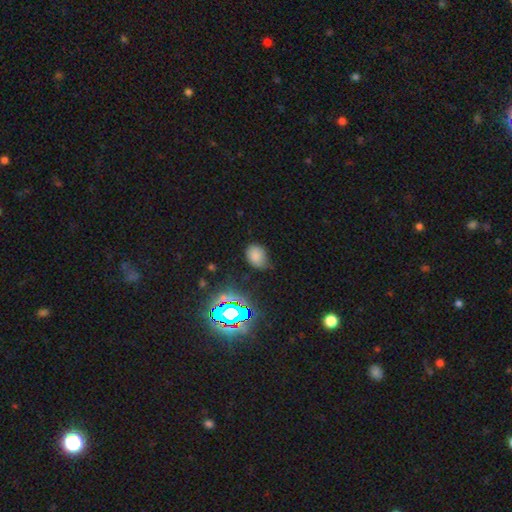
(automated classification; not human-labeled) Smooth or featured?
  - smooth: 73% *
  - star or artifact: 19%
  - featured or disk: 8%
How rounded?
  - in between: 63% *
  - round: 36%
  - cigar-shaped: 1%
Merging?
  - none: 58% *
  - minor disturbance: 31%
  - major disturbance: 8%
  - merger: 2%